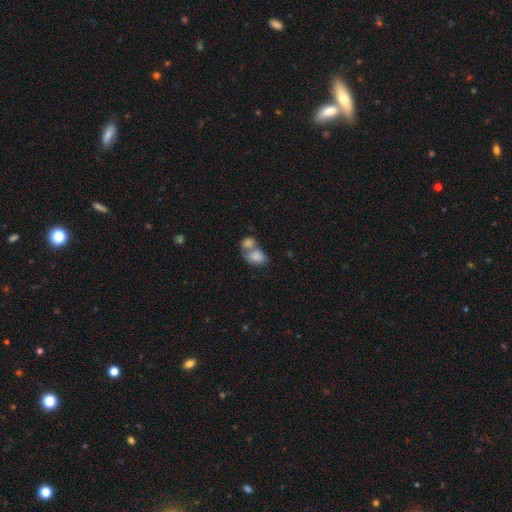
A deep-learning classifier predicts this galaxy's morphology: Smooth or featured?
  - smooth: 78% *
  - featured or disk: 14%
  - star or artifact: 8%
How rounded?
  - in between: 78% *
  - round: 21%
  - cigar-shaped: 1%
Merging?
  - merger: 70% *
  - none: 16%
  - minor disturbance: 8%
  - major disturbance: 6%